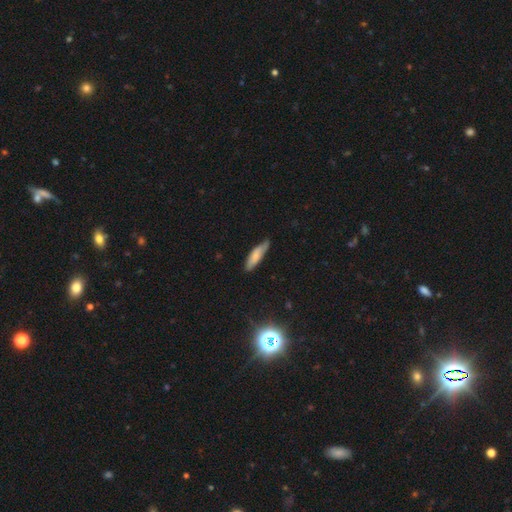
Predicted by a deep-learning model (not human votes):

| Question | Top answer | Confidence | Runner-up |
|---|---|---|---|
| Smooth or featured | smooth | 73% | featured or disk (19%) |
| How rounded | cigar-shaped | 67% | in between (31%) |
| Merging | none | 70% | minor disturbance (25%) |